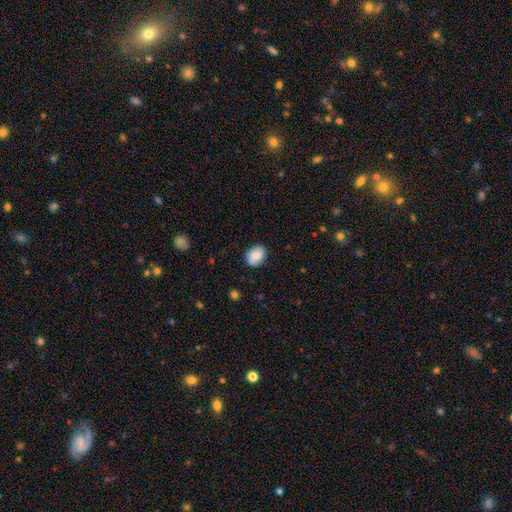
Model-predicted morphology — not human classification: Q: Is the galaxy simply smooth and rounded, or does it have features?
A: smooth — 70%.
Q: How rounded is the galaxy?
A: in between — 63%.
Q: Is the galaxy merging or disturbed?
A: none — 80%.